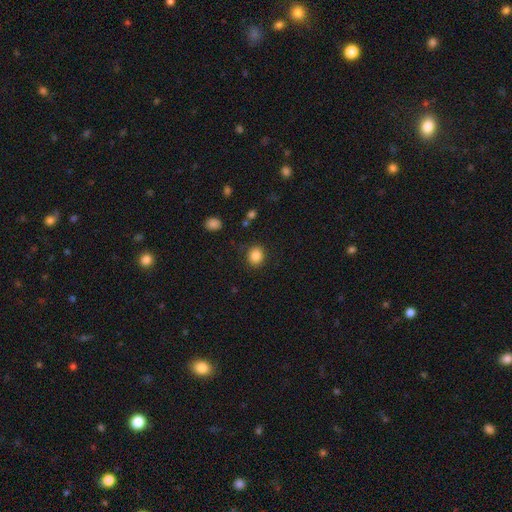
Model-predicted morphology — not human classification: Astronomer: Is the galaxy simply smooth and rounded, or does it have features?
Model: smooth — 86%.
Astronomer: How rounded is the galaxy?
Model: round — 73%.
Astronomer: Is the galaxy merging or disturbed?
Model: none — 87%.